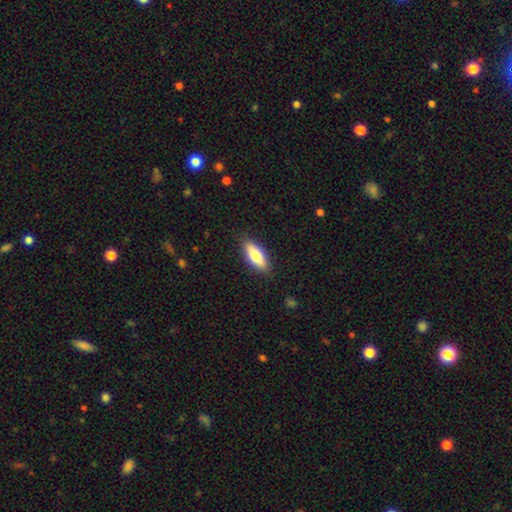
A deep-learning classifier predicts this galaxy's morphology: Smooth or featured?
  - smooth: 73% *
  - featured or disk: 21%
  - star or artifact: 6%
How rounded?
  - in between: 70% *
  - cigar-shaped: 28%
  - round: 2%
Merging?
  - none: 88% *
  - minor disturbance: 9%
  - major disturbance: 2%
  - merger: 1%